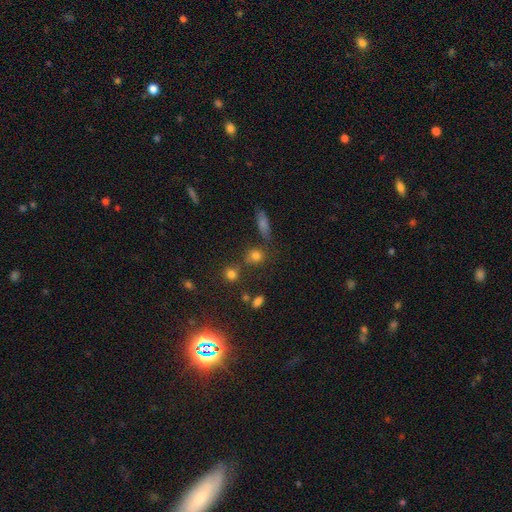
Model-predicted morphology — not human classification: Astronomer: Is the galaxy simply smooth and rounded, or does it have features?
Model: smooth — 76%.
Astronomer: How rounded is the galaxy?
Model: round — 76%.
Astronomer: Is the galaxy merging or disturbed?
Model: none — 67%.